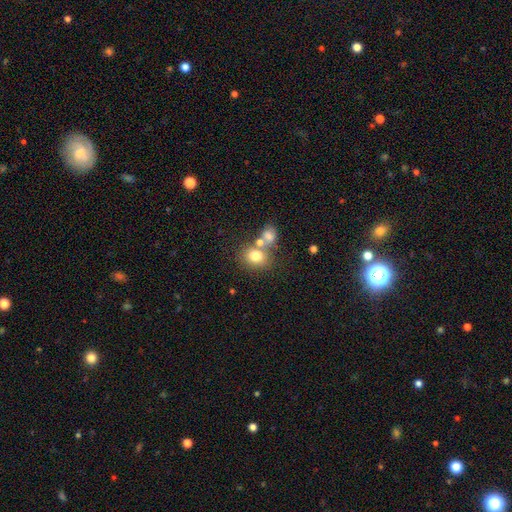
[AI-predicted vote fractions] smooth_or_featured: smooth (p=0.76) [alt: featured or disk p=0.12]
how_rounded: round (p=0.66) [alt: in between p=0.33]
merging: none (p=0.51) [alt: merger p=0.35]